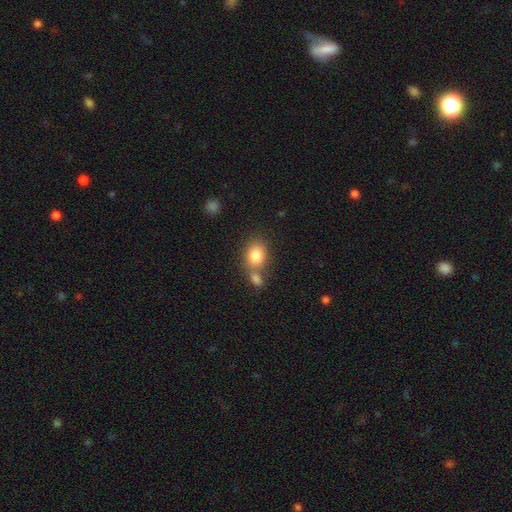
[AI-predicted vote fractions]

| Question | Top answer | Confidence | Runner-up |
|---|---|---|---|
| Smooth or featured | smooth | 83% | featured or disk (9%) |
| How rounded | in between | 66% | round (33%) |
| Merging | none | 48% | merger (36%) |